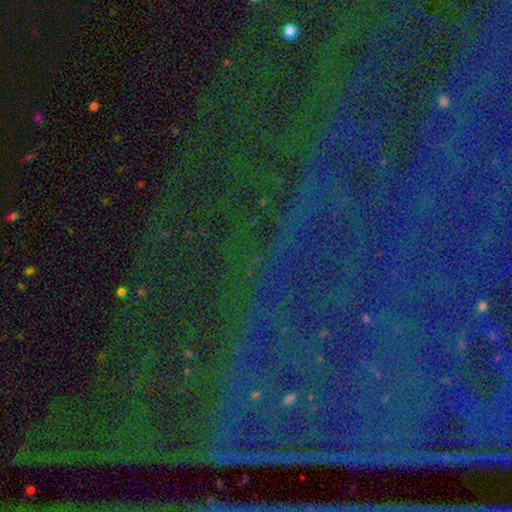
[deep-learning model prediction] A star or artifact, not a galaxy (85%).